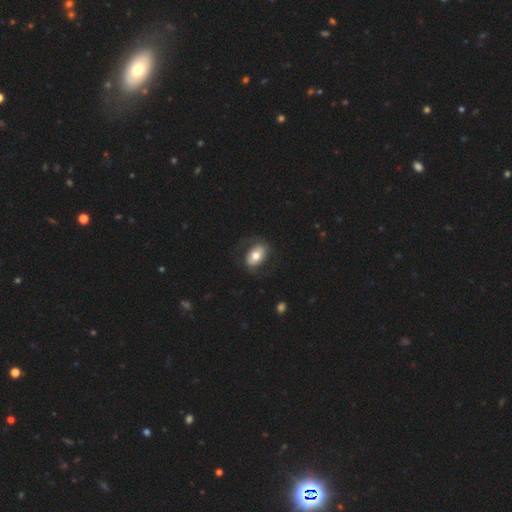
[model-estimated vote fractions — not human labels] This is possibly a smooth galaxy (49%). Merging: likely none (71%).